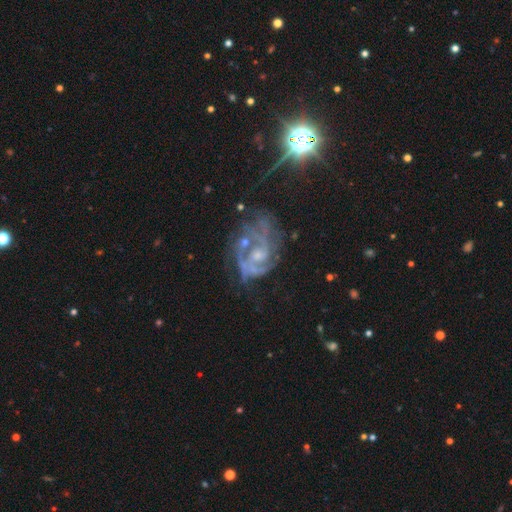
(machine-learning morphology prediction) Smooth or featured? featured or disk (79%)
Edge-on disk? no (97%)
Bar? no (57%)
Spiral arms? yes (87%)
Spiral winding? medium (44%)
Spiral arm count? 2 (36%)
Bulge size? small (50%)
Merging? none (49%)